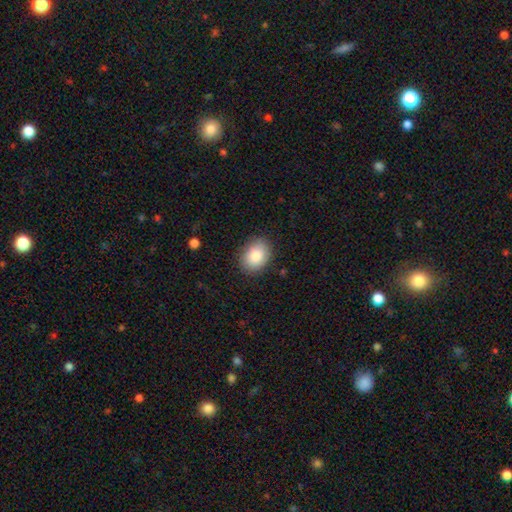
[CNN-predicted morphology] smooth 86%, featured or disk 7%, star or artifact 7%. Down the decision tree: how rounded — in between (71%); merging — none (86%).